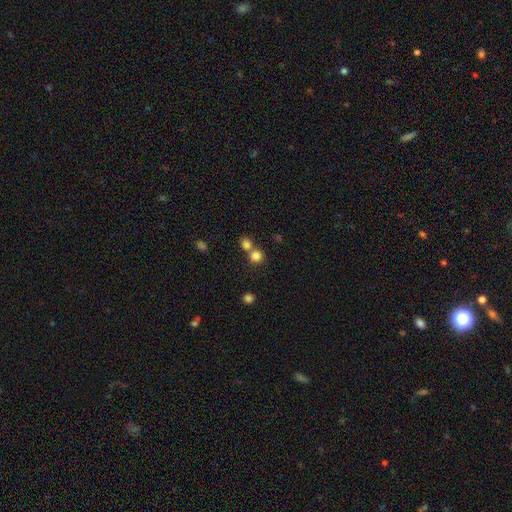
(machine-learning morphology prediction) Overall: smooth (81%). How rounded: round (86%). Merging: none (53%; merger 38%).